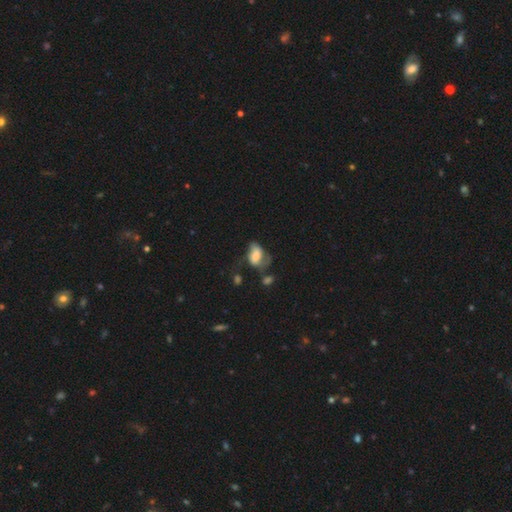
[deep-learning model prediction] Q: Smooth or featured?
A: smooth (54%); runner-up: featured or disk (37%)
Q: How rounded?
A: in between (86%); runner-up: round (12%)
Q: Merging?
A: major disturbance (35%); runner-up: none (28%)